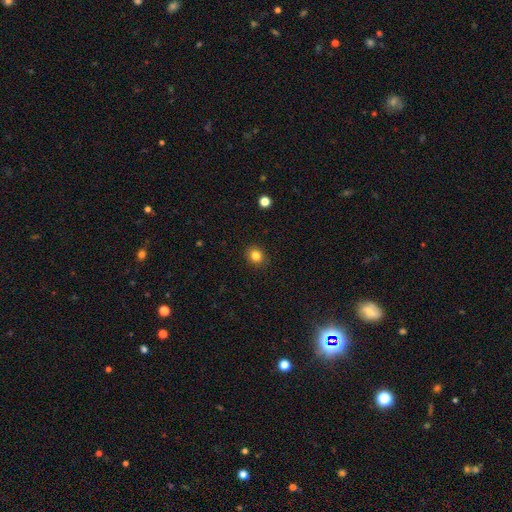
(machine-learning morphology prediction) The model was most divided on "how rounded": round: 78%, in between: 21%, cigar-shaped: 1%. More confident: merging — none (90%); smooth or featured — smooth (83%).